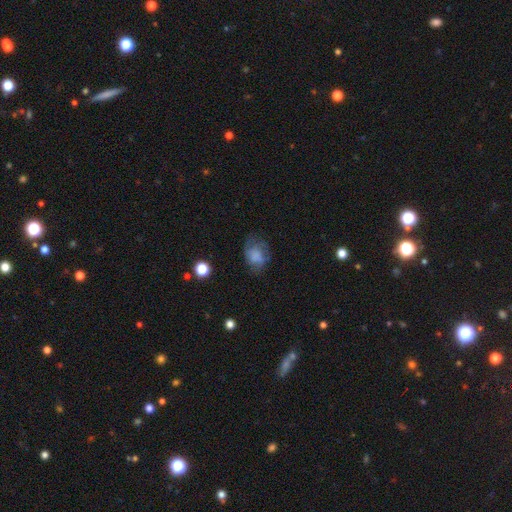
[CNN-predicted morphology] This appears to be a smooth galaxy with no disk features (58%) that is in between round and cigar-shaped (60%). Merging: none (51%).